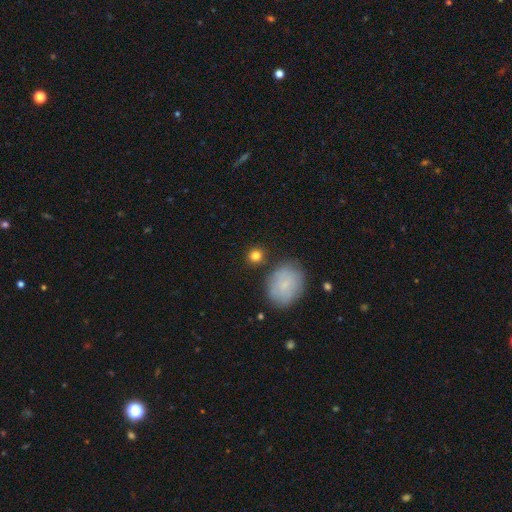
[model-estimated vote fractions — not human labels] A smooth galaxy with no disk features (83%) that is round (82%).

Vote fractions:
- Smooth or featured? smooth: 83% / star or artifact: 10% / featured or disk: 7%
- How rounded? round: 82% / in between: 17% / cigar-shaped: 1%
- Merging? none: 79% / minor disturbance: 10% / merger: 7% / major disturbance: 4%